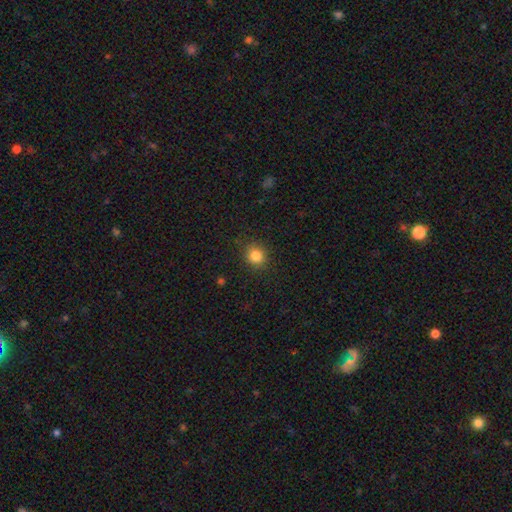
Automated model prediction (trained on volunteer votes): Smooth or featured? smooth (84%)
How rounded? round (87%)
Merging? none (88%)